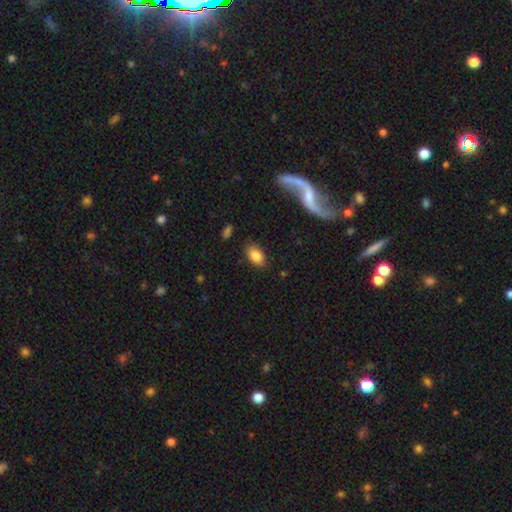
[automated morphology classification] smooth 85%, star or artifact 8%, featured or disk 7%. Down the decision tree: how rounded — in between (90%); merging — none (84%).